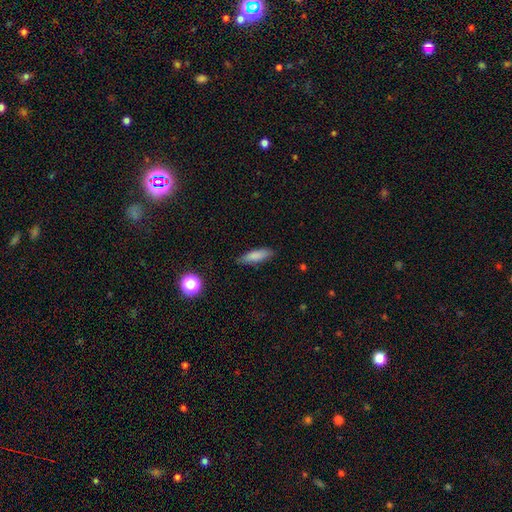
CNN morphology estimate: The model was most divided on "how rounded": cigar-shaped: 52%, in between: 46%, round: 2%. More confident: merging — none (83%); smooth or featured — smooth (82%).